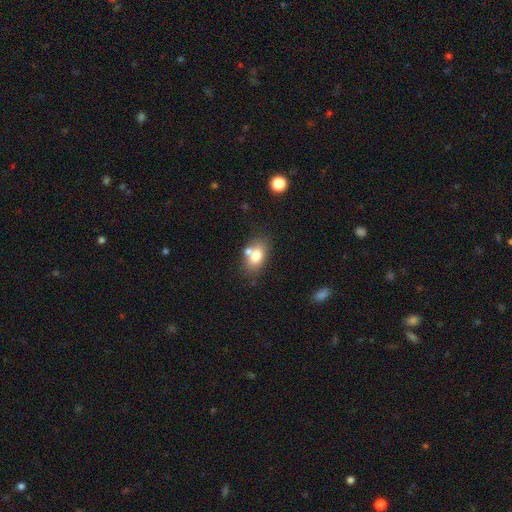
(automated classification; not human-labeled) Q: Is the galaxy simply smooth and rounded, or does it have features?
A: smooth — 75%.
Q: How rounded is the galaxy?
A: in between — 83%.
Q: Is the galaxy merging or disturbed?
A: none — 59%.